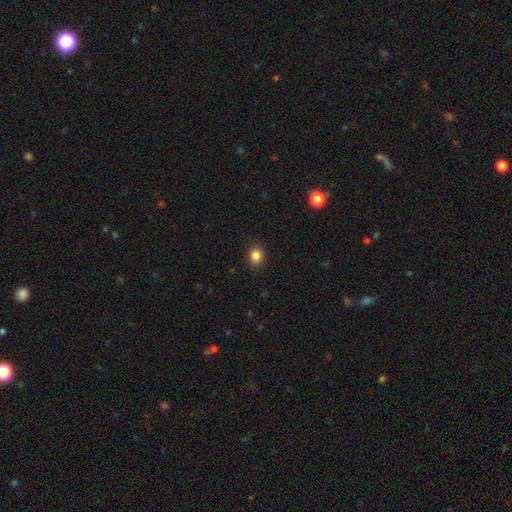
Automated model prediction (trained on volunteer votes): A smooth galaxy with no disk features (85%) that is round (70%). Merging: none (89%).